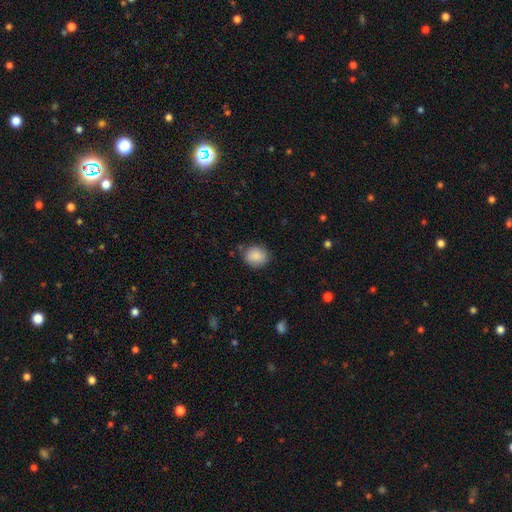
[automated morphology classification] Smooth or featured? Predicted: smooth (p=0.88). How rounded? Predicted: round (p=0.66). Merging? Predicted: none (p=0.80).